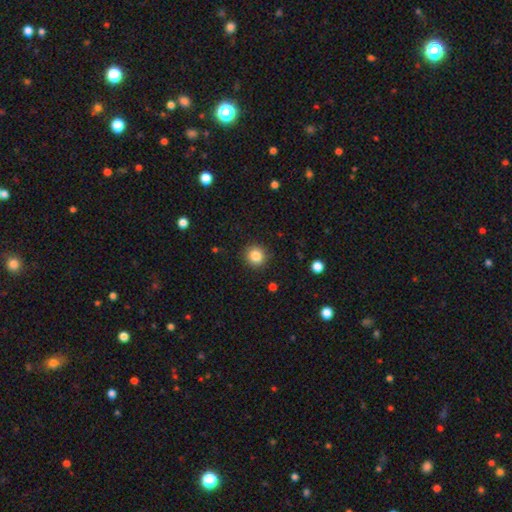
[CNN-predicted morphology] Smooth or featured? smooth (84%)
How rounded? round (94%)
Merging? none (92%)